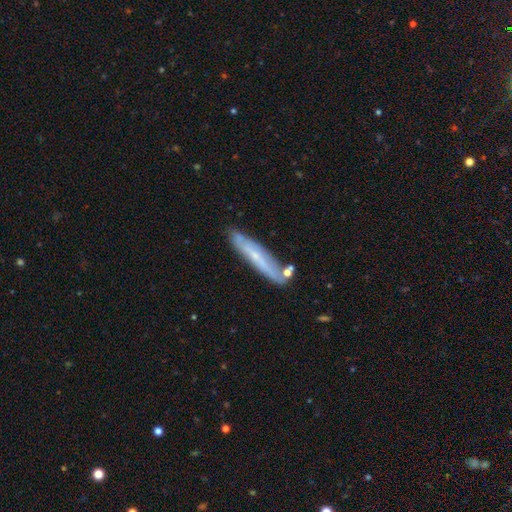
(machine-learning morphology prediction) Smooth or featured?
  - featured or disk: 59% *
  - smooth: 34%
  - star or artifact: 7%
Edge-on disk?
  - yes: 62% *
  - no: 38%
Merging?
  - none: 74% *
  - minor disturbance: 16%
  - merger: 7%
  - major disturbance: 3%